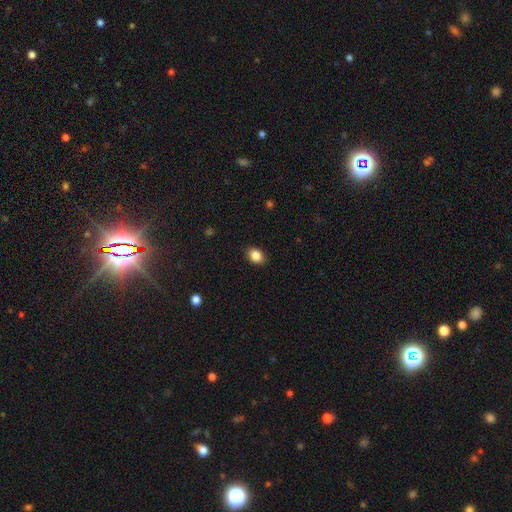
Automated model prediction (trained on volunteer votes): A smooth galaxy with no disk features (87%) that is in between round and cigar-shaped (60%). Merging: none (88%).